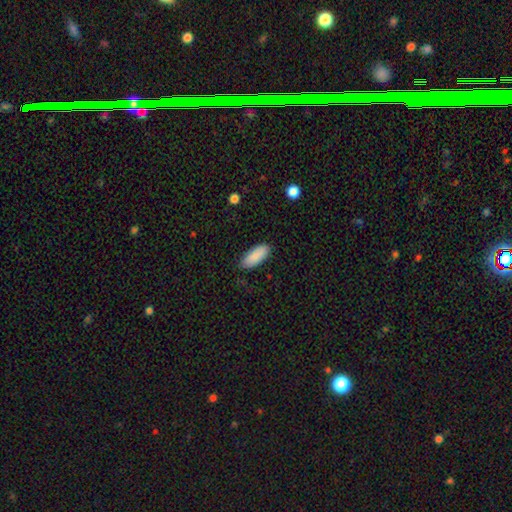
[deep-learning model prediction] A smooth galaxy with no disk features (89%) that is in between round and cigar-shaped (83%). Merging: none (85%).